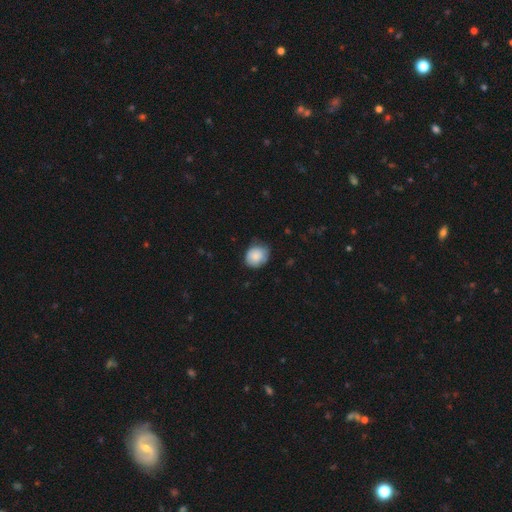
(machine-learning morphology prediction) This appears to be a smooth galaxy with no disk features (82%) that is round (65%). Merging: none (67%).